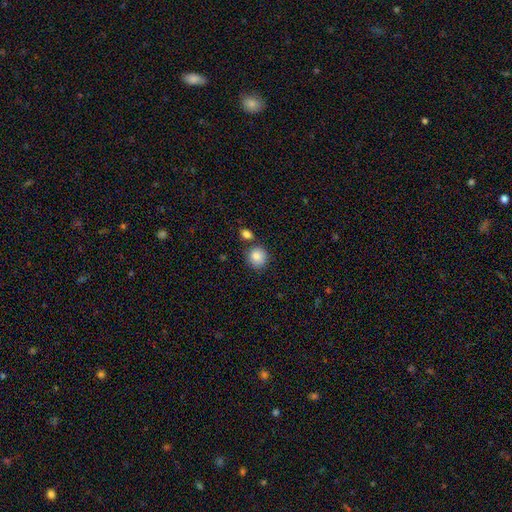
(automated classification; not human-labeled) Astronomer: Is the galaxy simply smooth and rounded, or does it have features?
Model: smooth — 85%.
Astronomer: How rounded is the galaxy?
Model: round — 88%.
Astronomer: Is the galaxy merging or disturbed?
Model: none — 76%.